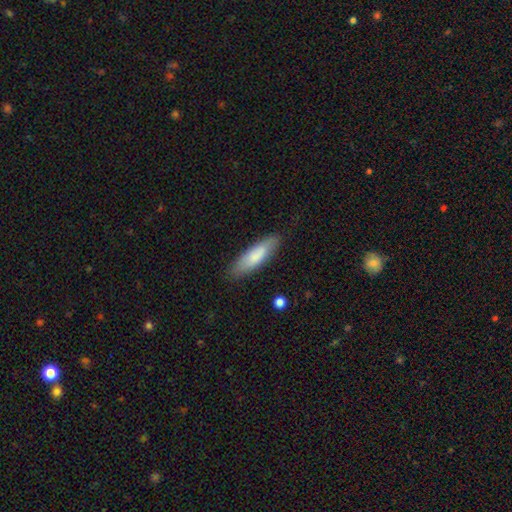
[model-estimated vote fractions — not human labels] This is clearly a smooth galaxy (81%). How rounded: possibly cigar-shaped (60%). Merging: clearly none (84%).